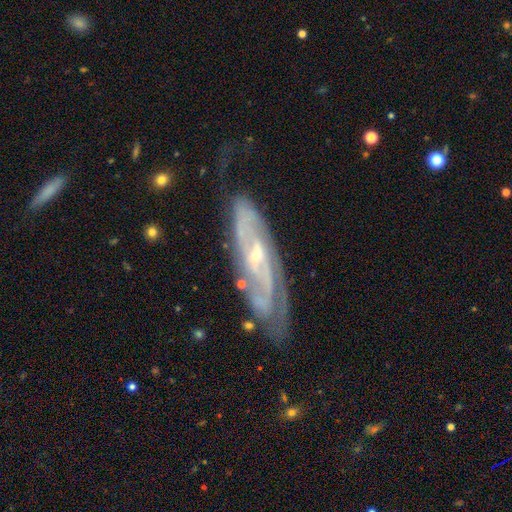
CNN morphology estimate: This appears to be a featured or disk galaxy (86%) with no bar (49%), 2 (48%) tight (56%) spiral arms (96%) and a small central bulge (68%). Merging: none (70%).